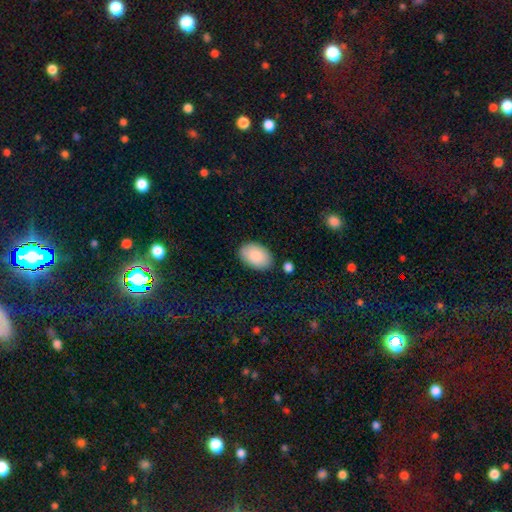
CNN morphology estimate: A smooth galaxy with no disk features (89%) that is in between round and cigar-shaped (92%). Merging: none (83%).